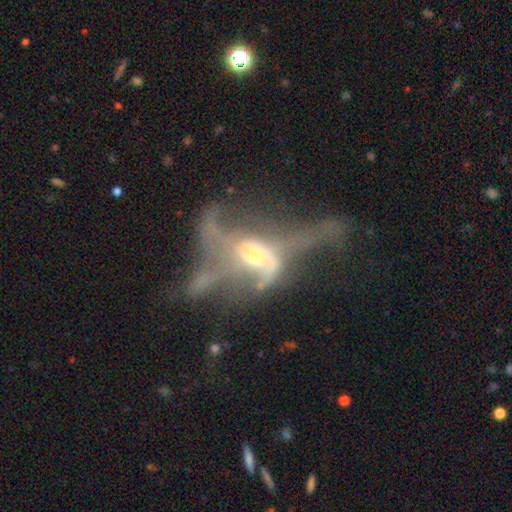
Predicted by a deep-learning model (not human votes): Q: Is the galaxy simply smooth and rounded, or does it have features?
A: featured or disk — 76%.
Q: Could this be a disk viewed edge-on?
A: no — 90%.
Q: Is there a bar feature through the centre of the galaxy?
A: no — 60%.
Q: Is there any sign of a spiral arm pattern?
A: yes — 65%.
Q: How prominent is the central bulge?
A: moderate — 50%.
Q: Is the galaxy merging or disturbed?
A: major disturbance — 50%.